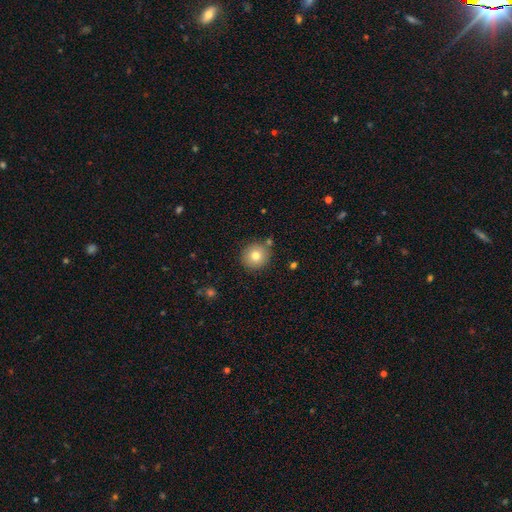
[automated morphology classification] Smooth or featured? Predicted: smooth (p=0.78). How rounded? Predicted: round (p=0.91). Merging? Predicted: none (p=0.83).